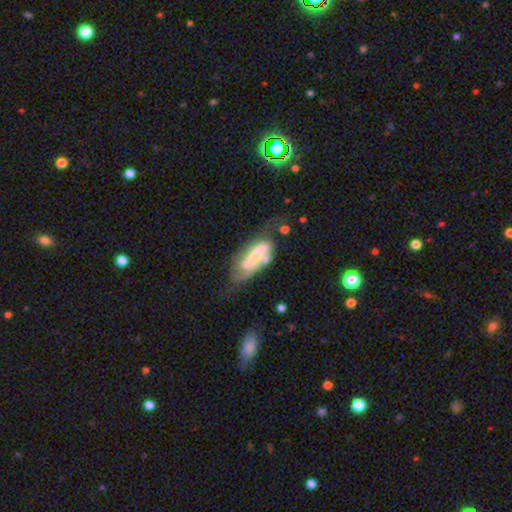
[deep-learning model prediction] Overall: featured or disk (62%; smooth 30%). Edge-on disk: no (86%). Bar: strong (41%; no 30%). Spiral arms: yes (78%). Bulge size: none (36%; small 31%). Merging: none (39%; minor disturbance 28%).